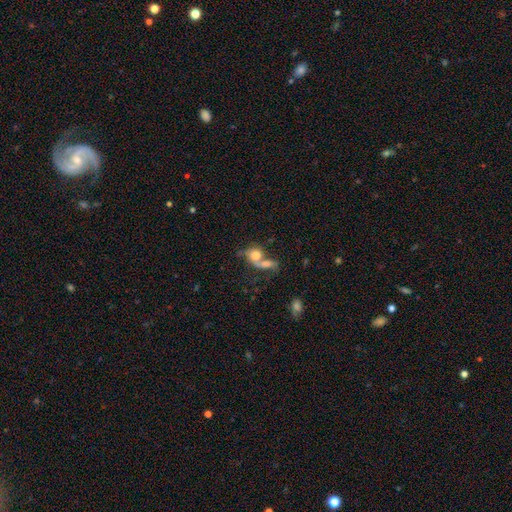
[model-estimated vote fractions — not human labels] This is likely a smooth galaxy (67%). How rounded: possibly round (57%). Merging: possibly merger (58%).